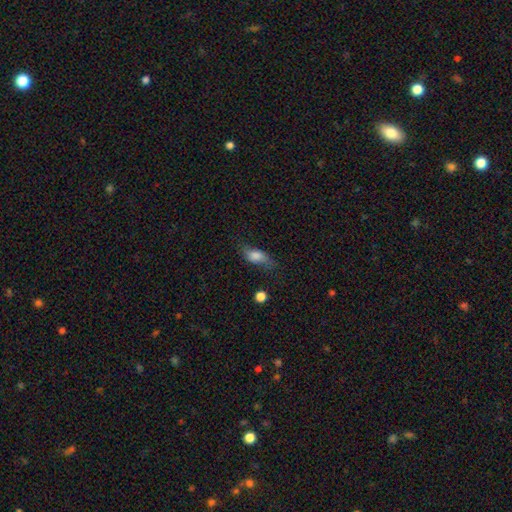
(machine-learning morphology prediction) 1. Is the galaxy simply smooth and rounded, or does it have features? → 76% smooth, 16% featured or disk, 8% star or artifact.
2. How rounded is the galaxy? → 79% in between, 14% cigar-shaped, 6% round.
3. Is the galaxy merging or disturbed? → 59% none, 28% minor disturbance, 11% major disturbance, 3% merger.